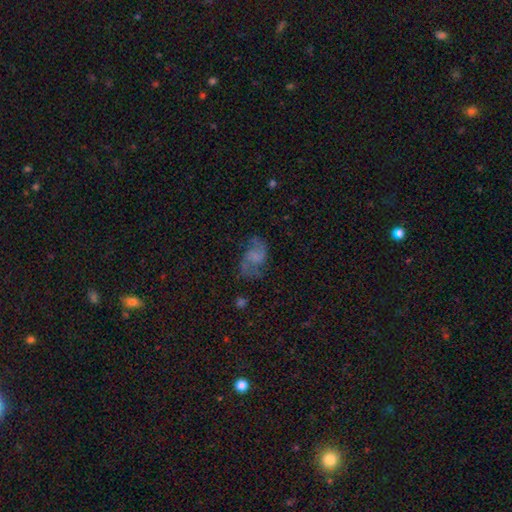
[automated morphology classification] Smooth or featured? featured or disk (68%)
Edge-on disk? no (98%)
Bar? no (57%)
Spiral arms? yes (89%)
Spiral winding? loose (49%)
Spiral arm count? 2 (89%)
Bulge size? none (55%)
Merging? none (63%)